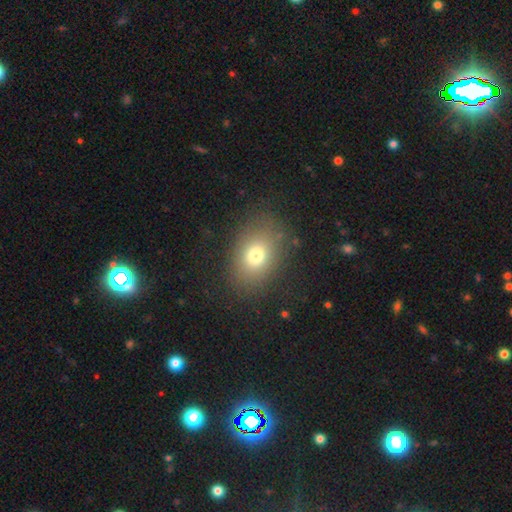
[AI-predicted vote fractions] Overall: smooth (74%). How rounded: in between (67%; round 32%). Merging: none (81%).